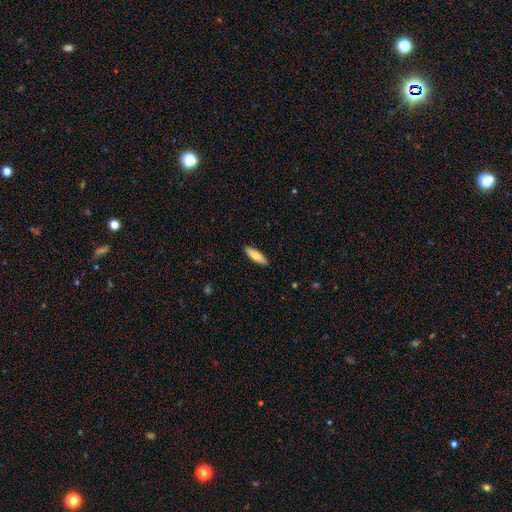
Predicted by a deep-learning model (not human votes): Q: Smooth or featured?
A: smooth (78%); runner-up: featured or disk (16%)
Q: How rounded?
A: in between (52%); runner-up: cigar-shaped (46%)
Q: Merging?
A: none (88%); runner-up: minor disturbance (9%)